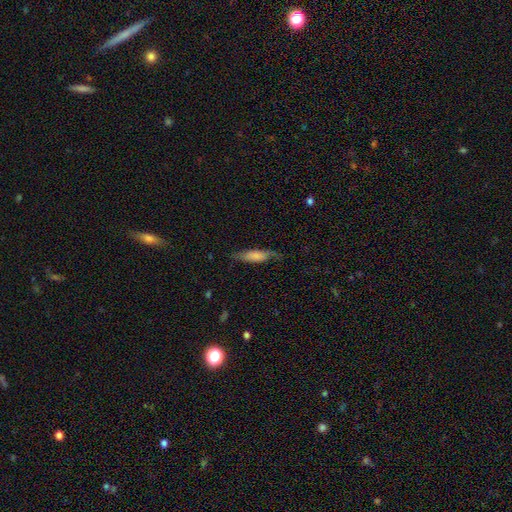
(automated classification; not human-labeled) smooth_or_featured: smooth (p=0.68) [alt: featured or disk p=0.26]
how_rounded: cigar-shaped (p=0.57) [alt: in between p=0.41]
merging: none (p=0.66) [alt: minor disturbance p=0.25]